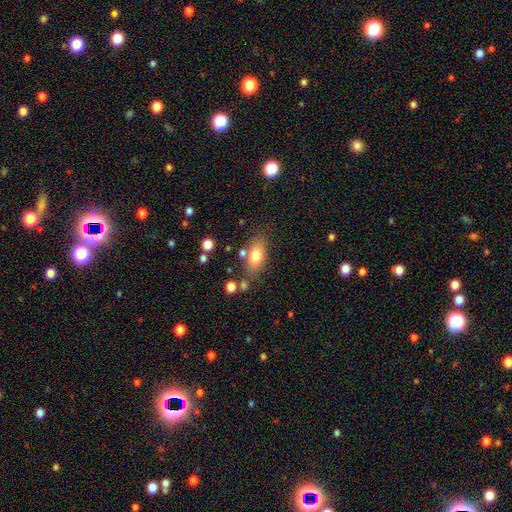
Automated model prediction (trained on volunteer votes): Smooth or featured: smooth — 76% (featured or disk — 16%)
How rounded: in between — 84% (cigar-shaped — 9%)
Merging: none — 72% (minor disturbance — 15%)